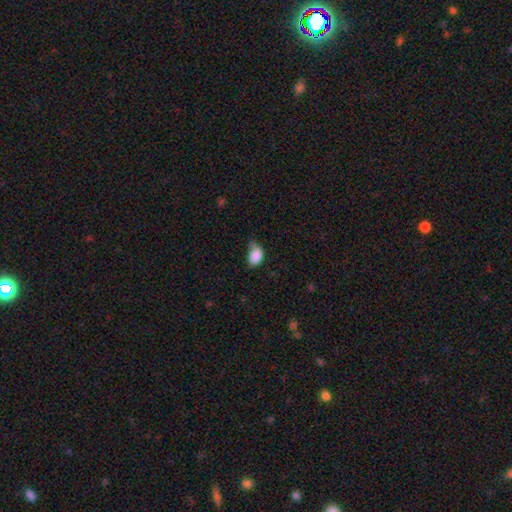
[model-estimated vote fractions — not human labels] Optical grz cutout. It shows a smooth galaxy with no disk features (86%) that is in between round and cigar-shaped (85%). Merging: minor disturbance (45%).